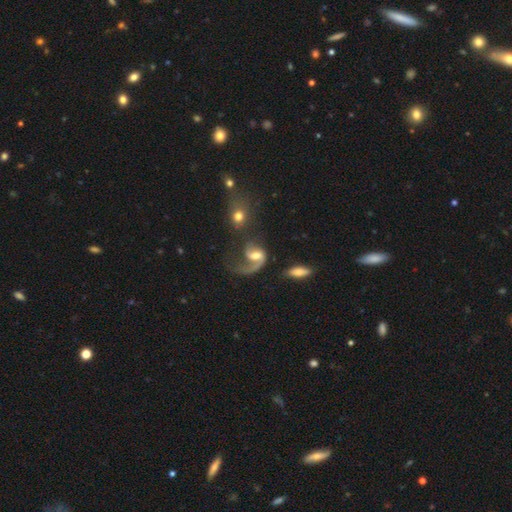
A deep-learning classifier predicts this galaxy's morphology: Smooth or featured? Predicted: featured or disk (p=0.82). Edge-on disk? Predicted: no (p=0.97). Bar? Predicted: weak (p=0.45). Spiral arms? Predicted: yes (p=0.94). Spiral winding? Predicted: loose (p=0.57). Spiral arm count? Predicted: 1 (p=0.56). Bulge size? Predicted: moderate (p=0.57). Merging? Predicted: major disturbance (p=0.41).